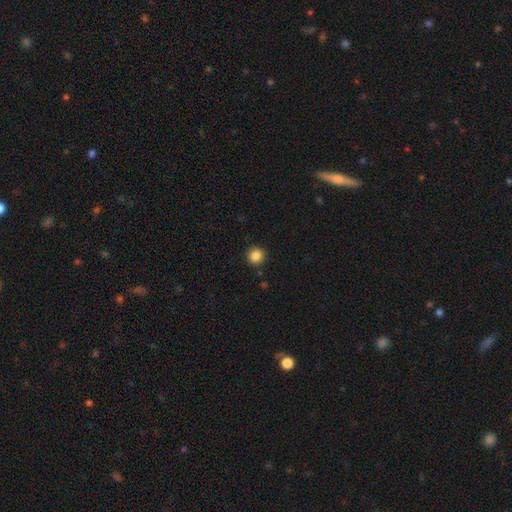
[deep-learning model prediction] A smooth galaxy with no disk features (86%) that is round (94%).

Vote fractions:
- Smooth or featured? smooth: 86% / star or artifact: 10% / featured or disk: 4%
- How rounded? round: 94% / in between: 5% / cigar-shaped: 1%
- Merging? none: 92% / minor disturbance: 5% / major disturbance: 2% / merger: 1%